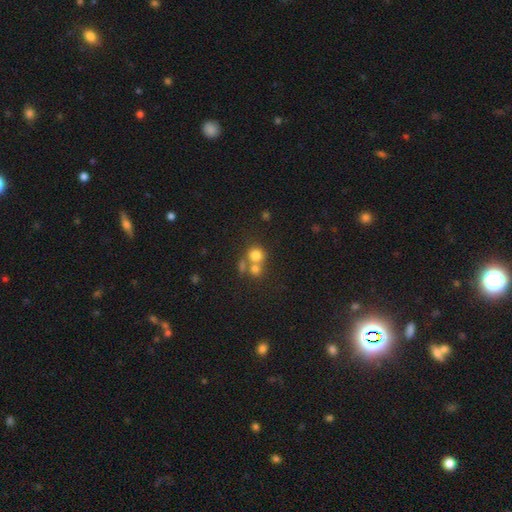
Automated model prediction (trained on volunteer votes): This appears to be a smooth galaxy with no disk features (73%) that is round (84%). Merging: merger (46%).